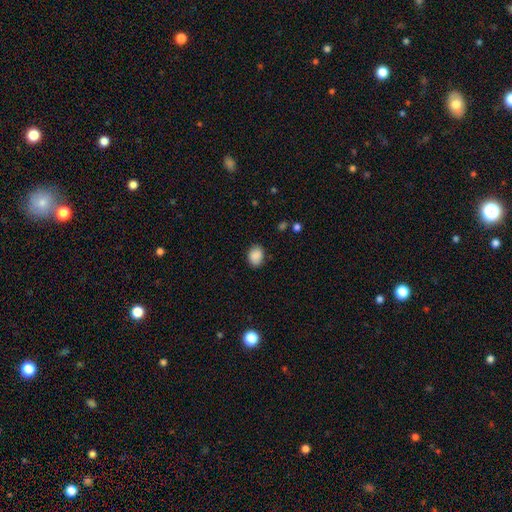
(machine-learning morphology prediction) This is clearly a smooth galaxy (88%). How rounded: likely in between (62%). Merging: clearly none (81%).